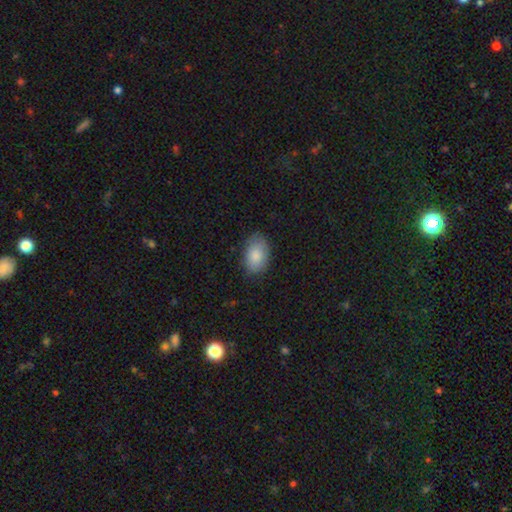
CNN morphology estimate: A smooth galaxy with no disk features (86%) that is in between round and cigar-shaped (91%).

Vote fractions:
- Smooth or featured? smooth: 86% / featured or disk: 8% / star or artifact: 6%
- How rounded? in between: 91% / round: 8% / cigar-shaped: 1%
- Merging? none: 80% / minor disturbance: 16% / major disturbance: 3% / merger: 1%